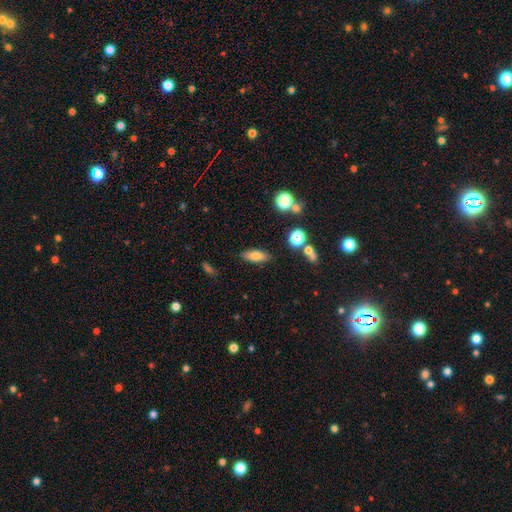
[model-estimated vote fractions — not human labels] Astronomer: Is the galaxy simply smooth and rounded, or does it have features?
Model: smooth — 77%.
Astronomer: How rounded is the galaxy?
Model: in between — 71%.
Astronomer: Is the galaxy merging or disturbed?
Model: none — 84%.